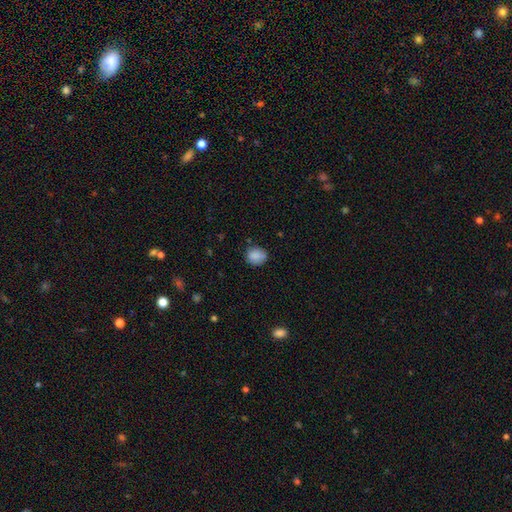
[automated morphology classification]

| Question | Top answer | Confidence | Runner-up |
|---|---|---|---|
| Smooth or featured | smooth | 86% | star or artifact (9%) |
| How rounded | round | 72% | in between (27%) |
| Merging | none | 74% | minor disturbance (20%) |